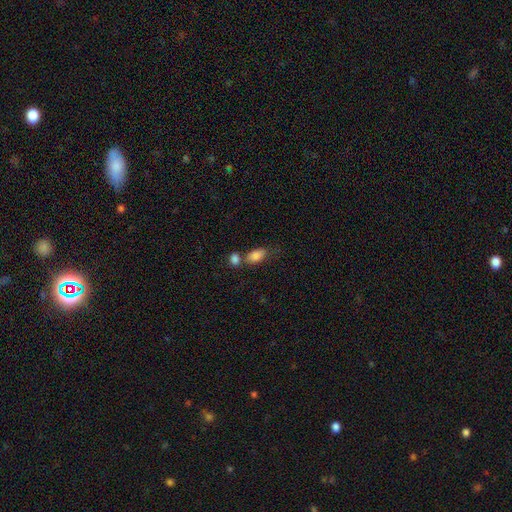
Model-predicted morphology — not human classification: Smooth or featured? smooth (84%)
How rounded? in between (89%)
Merging? merger (40%)